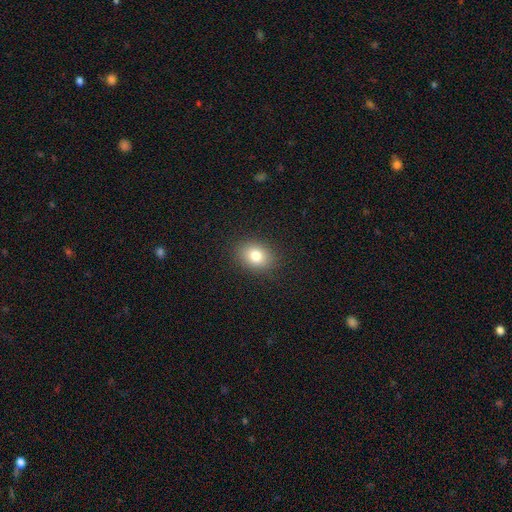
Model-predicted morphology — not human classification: smooth_or_featured: smooth (p=0.79) [alt: star or artifact p=0.11]
how_rounded: in between (p=0.56) [alt: round p=0.43]
merging: none (p=0.88) [alt: minor disturbance p=0.08]